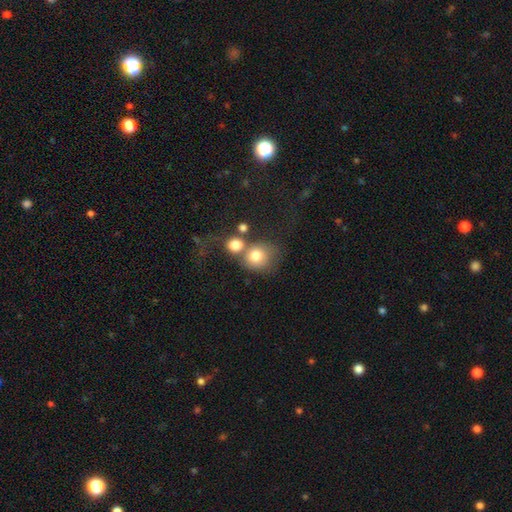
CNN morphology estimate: Smooth or featured? Predicted: smooth (p=0.77). How rounded? Predicted: round (p=0.78). Merging? Predicted: merger (p=0.46).